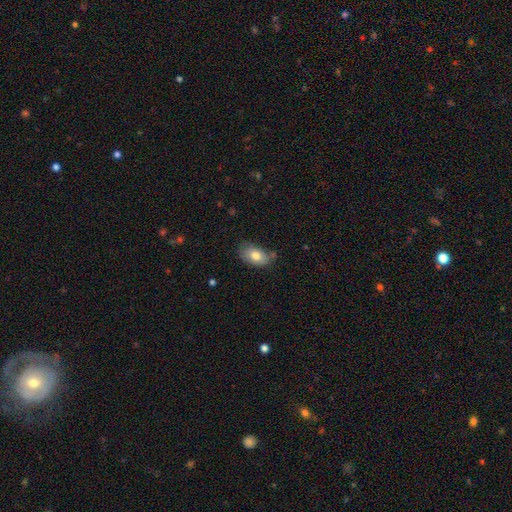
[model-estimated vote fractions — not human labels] Smooth or featured? smooth (78%)
How rounded? in between (91%)
Merging? none (65%)